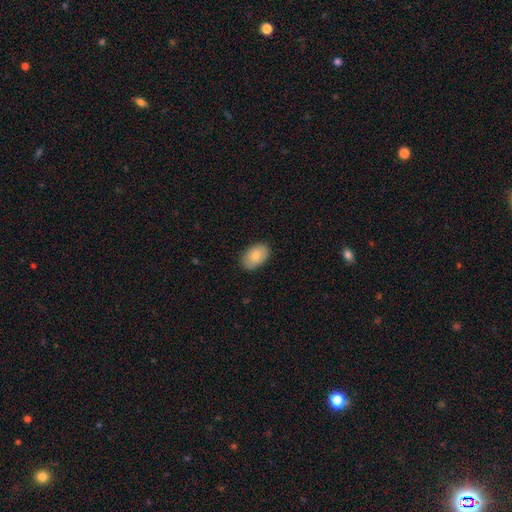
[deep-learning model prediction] Overall: smooth (83%). How rounded: in between (90%). Merging: none (87%).